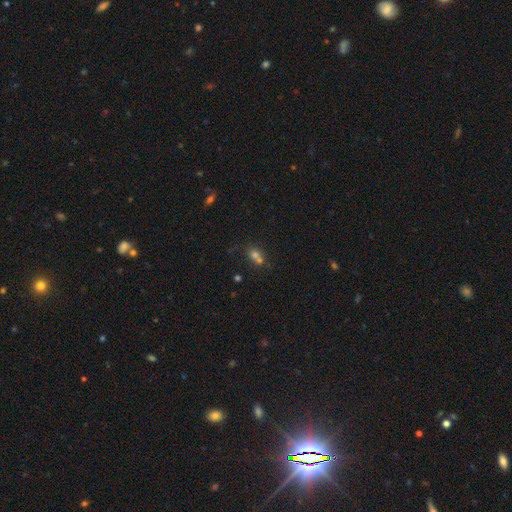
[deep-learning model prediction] A smooth galaxy with no disk features (61%) that is round (70%).

Vote fractions:
- Smooth or featured? smooth: 61% / star or artifact: 25% / featured or disk: 15%
- How rounded? round: 70% / in between: 28% / cigar-shaped: 2%
- Merging? merger: 50% / none: 38% / minor disturbance: 8% / major disturbance: 4%